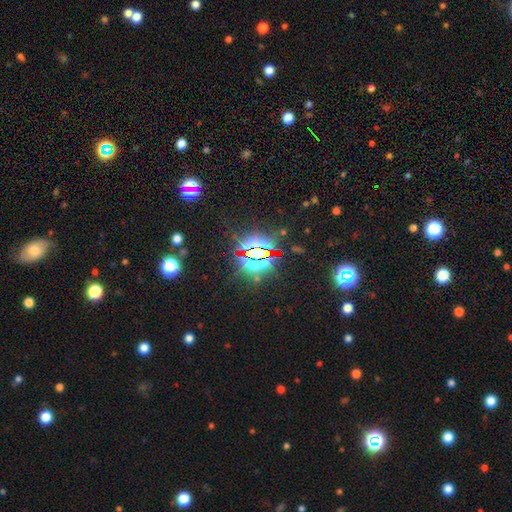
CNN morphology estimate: Smooth or featured? star or artifact (81%)